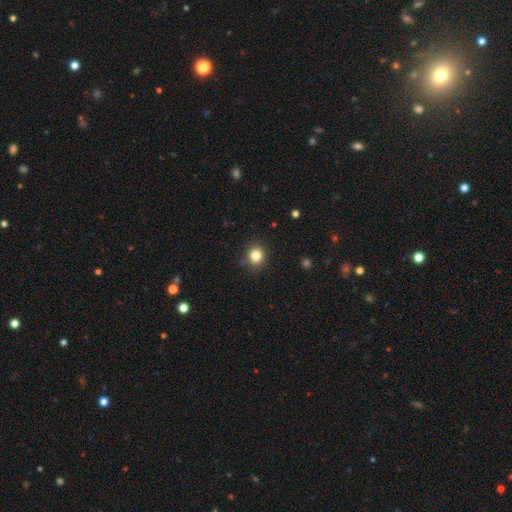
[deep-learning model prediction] Smooth or featured?
  - smooth: 83% *
  - star or artifact: 12%
  - featured or disk: 5%
How rounded?
  - round: 86% *
  - in between: 13%
  - cigar-shaped: 1%
Merging?
  - none: 88% *
  - minor disturbance: 8%
  - major disturbance: 2%
  - merger: 2%